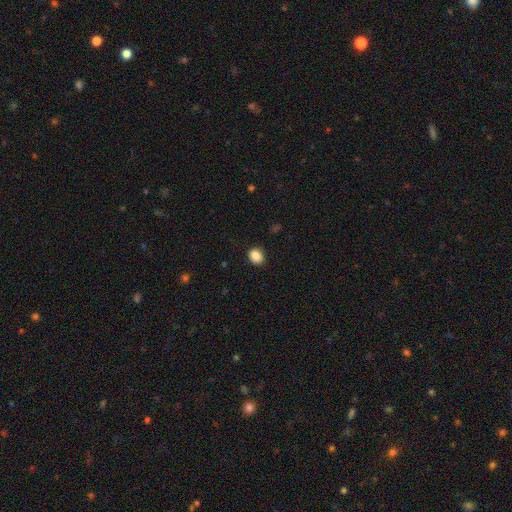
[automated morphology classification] smooth 88%, star or artifact 9%, featured or disk 3%. Down the decision tree: how rounded — round (50%); merging — none (87%).